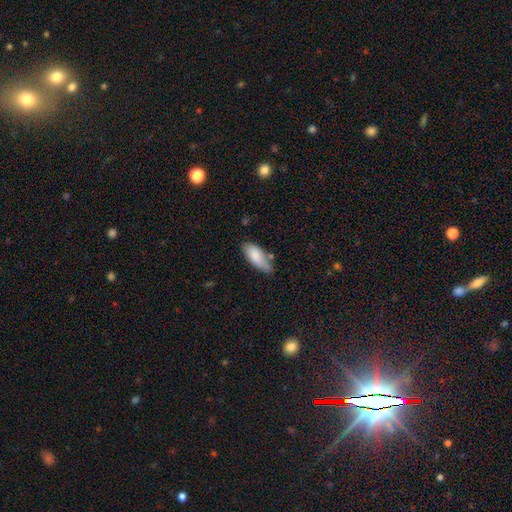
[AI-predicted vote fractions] A smooth galaxy with no disk features (83%) that is in between round and cigar-shaped (80%).

Vote fractions:
- Smooth or featured? smooth: 83% / featured or disk: 10% / star or artifact: 7%
- How rounded? in between: 80% / cigar-shaped: 18% / round: 2%
- Merging? none: 62% / minor disturbance: 27% / merger: 6% / major disturbance: 5%